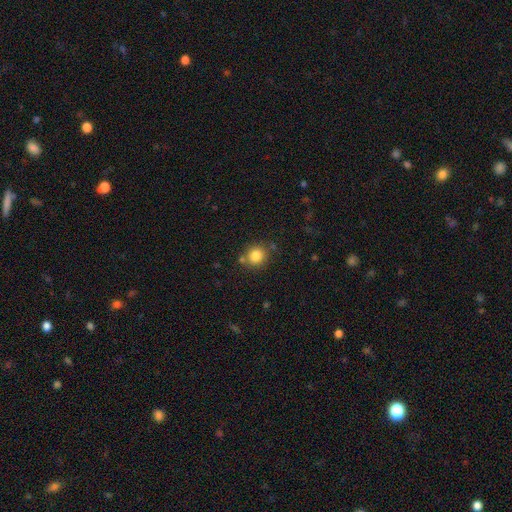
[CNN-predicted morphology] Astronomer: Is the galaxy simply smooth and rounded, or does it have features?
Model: smooth — 82%.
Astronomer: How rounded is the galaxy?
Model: round — 87%.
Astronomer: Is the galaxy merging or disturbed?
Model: none — 78%.